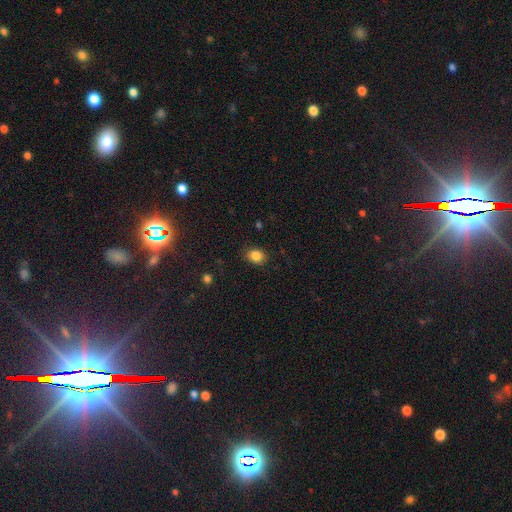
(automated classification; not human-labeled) smooth_or_featured: smooth (p=0.85) [alt: star or artifact p=0.10]
how_rounded: in between (p=0.52) [alt: round p=0.47]
merging: none (p=0.87) [alt: minor disturbance p=0.09]